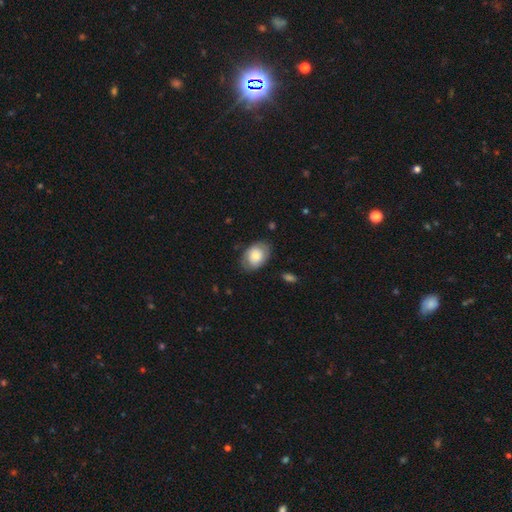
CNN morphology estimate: Q: Smooth or featured?
A: smooth (75%); runner-up: featured or disk (18%)
Q: How rounded?
A: in between (79%); runner-up: round (20%)
Q: Merging?
A: none (77%); runner-up: minor disturbance (17%)